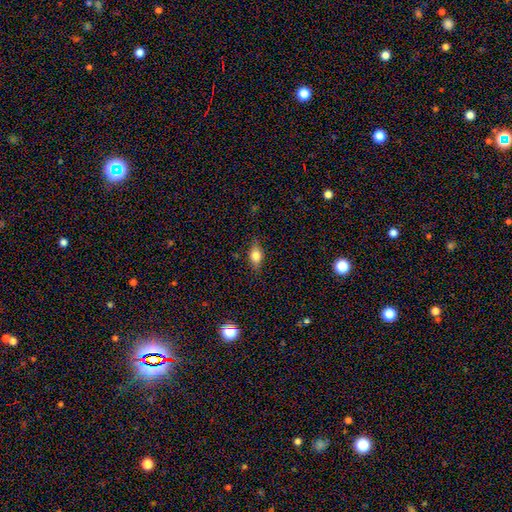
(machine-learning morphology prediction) This appears to be a smooth galaxy with no disk features (69%) that is in between round and cigar-shaped (76%). Merging: none (80%).